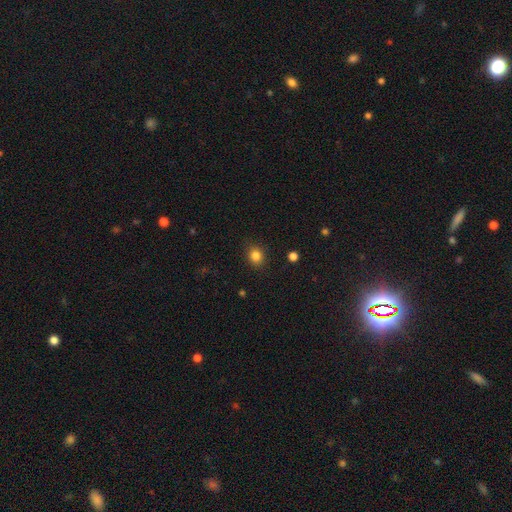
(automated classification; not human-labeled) smooth-or-featured: smooth: 84% | star or artifact: 12% | featured or disk: 4%
  how-rounded: round: 77% | in between: 22% | cigar-shaped: 1%
  merging: none: 88% | minor disturbance: 8% | major disturbance: 2% | merger: 1%